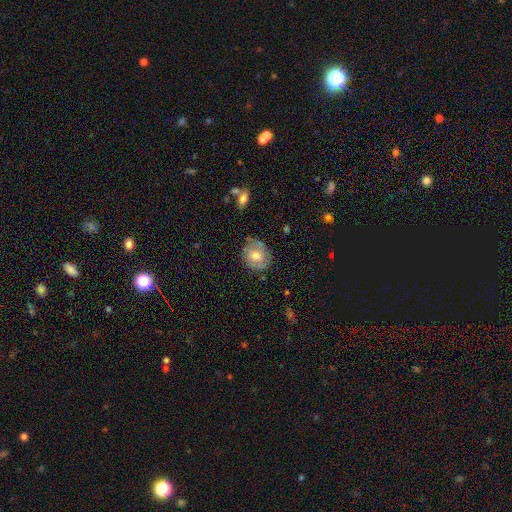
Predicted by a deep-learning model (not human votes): smooth_or_featured: smooth (p=0.50) [alt: featured or disk p=0.42]
how_rounded: round (p=0.70) [alt: in between p=0.29]
merging: none (p=0.74) [alt: minor disturbance p=0.19]